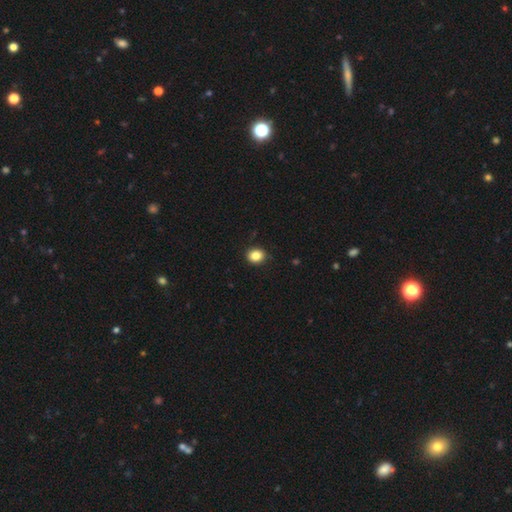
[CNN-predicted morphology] Smooth or featured? smooth (85%)
How rounded? round (67%)
Merging? none (91%)